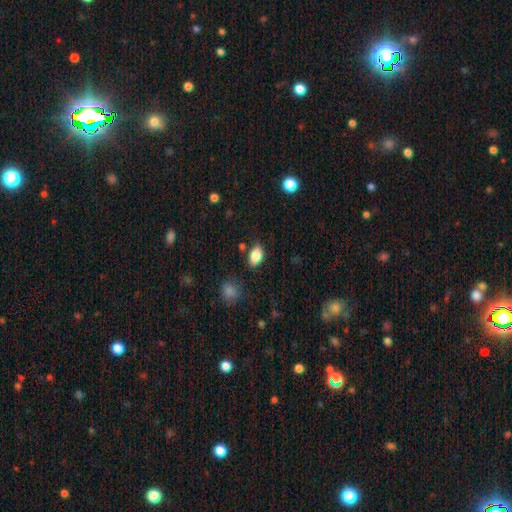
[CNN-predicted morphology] smooth-or-featured: smooth: 85% | star or artifact: 9% | featured or disk: 6%
  how-rounded: in between: 80% | round: 19% | cigar-shaped: 2%
  merging: none: 73% | minor disturbance: 19% | major disturbance: 4% | merger: 4%